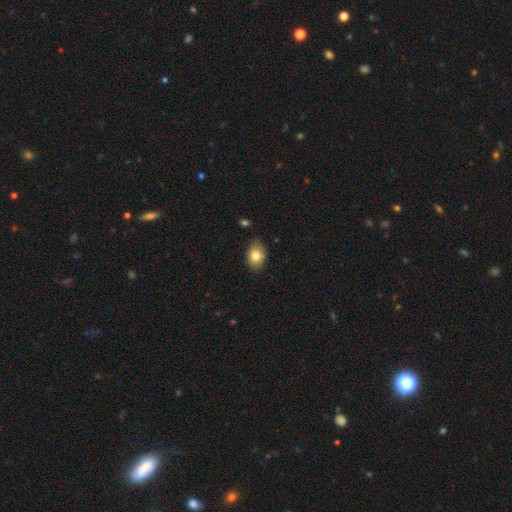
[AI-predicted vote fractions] Smooth or featured?
  - smooth: 82% *
  - featured or disk: 10%
  - star or artifact: 8%
How rounded?
  - in between: 81% *
  - round: 18%
  - cigar-shaped: 1%
Merging?
  - none: 83% *
  - minor disturbance: 13%
  - major disturbance: 2%
  - merger: 2%